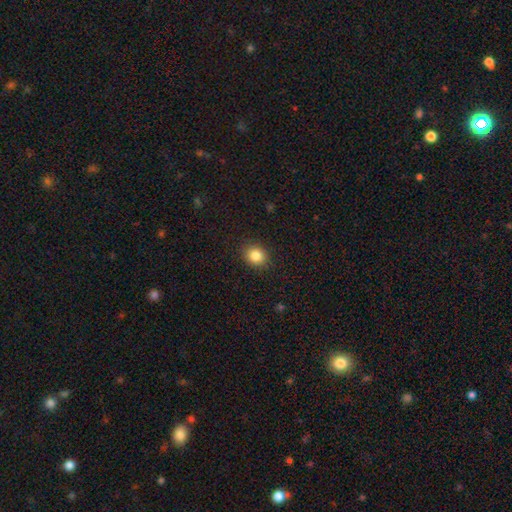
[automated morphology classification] Overall: smooth (85%). How rounded: round (68%; in between 31%). Merging: none (89%).